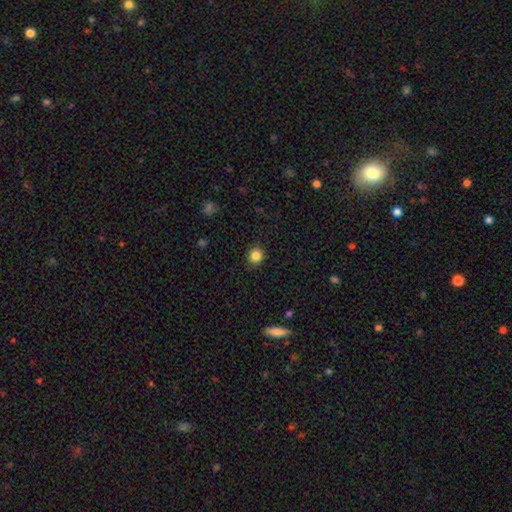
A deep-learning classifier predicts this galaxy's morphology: Smooth or featured: smooth — 85% (star or artifact — 11%)
How rounded: round — 87% (in between — 12%)
Merging: none — 90% (minor disturbance — 7%)